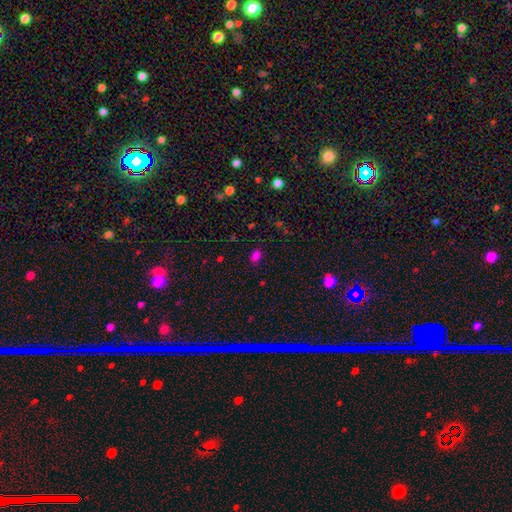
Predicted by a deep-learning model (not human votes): The model was most divided on "how rounded": in between: 73%, round: 26%, cigar-shaped: 1%. More confident: merging — none (83%); smooth or featured — smooth (77%).